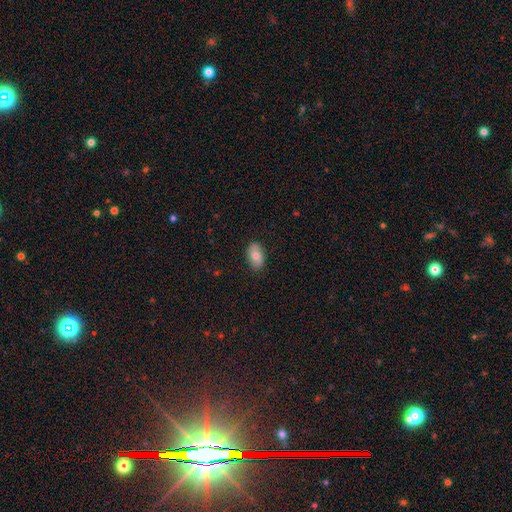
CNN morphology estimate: This appears to be a smooth galaxy with no disk features (72%) that is in between round and cigar-shaped (90%). Merging: none (87%).